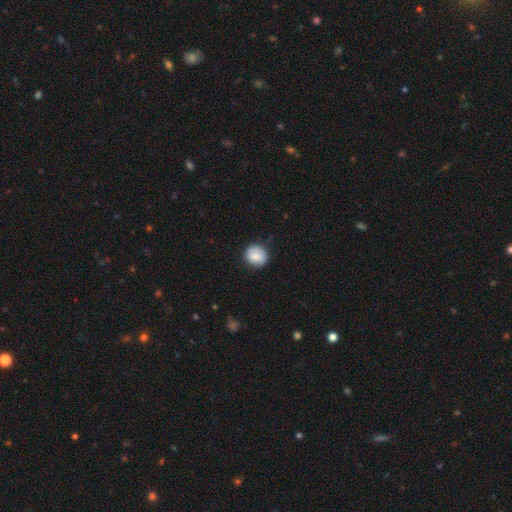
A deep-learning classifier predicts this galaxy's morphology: Smooth or featured? smooth (77%)
How rounded? round (81%)
Merging? none (82%)